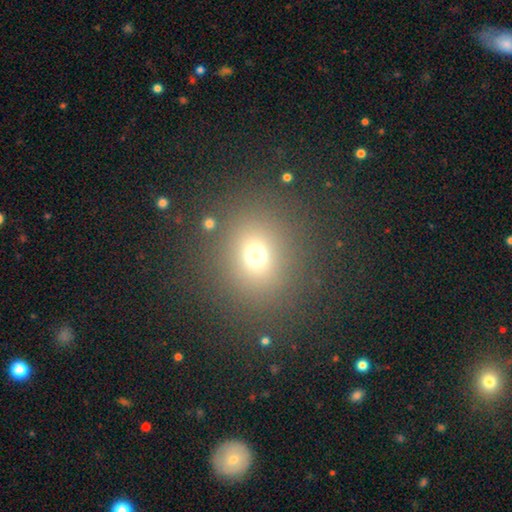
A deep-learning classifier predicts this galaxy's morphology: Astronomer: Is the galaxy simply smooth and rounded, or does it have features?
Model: smooth — 69%.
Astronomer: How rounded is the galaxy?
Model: round — 78%.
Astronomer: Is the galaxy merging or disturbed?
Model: none — 84%.